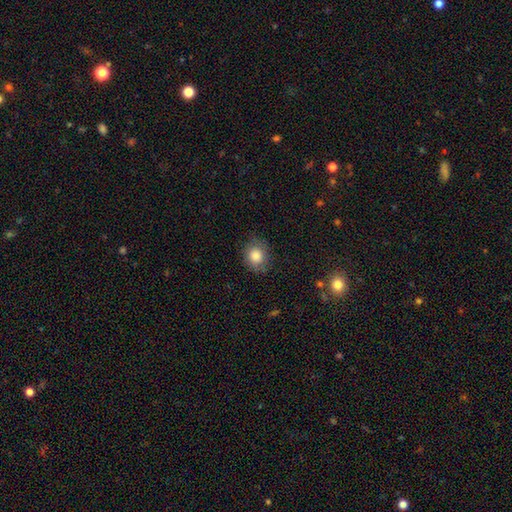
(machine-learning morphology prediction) A smooth galaxy with no disk features (82%) that is round (69%).

Vote fractions:
- Smooth or featured? smooth: 82% / featured or disk: 9% / star or artifact: 9%
- How rounded? round: 69% / in between: 30% / cigar-shaped: 1%
- Merging? none: 79% / minor disturbance: 15% / major disturbance: 4% / merger: 1%